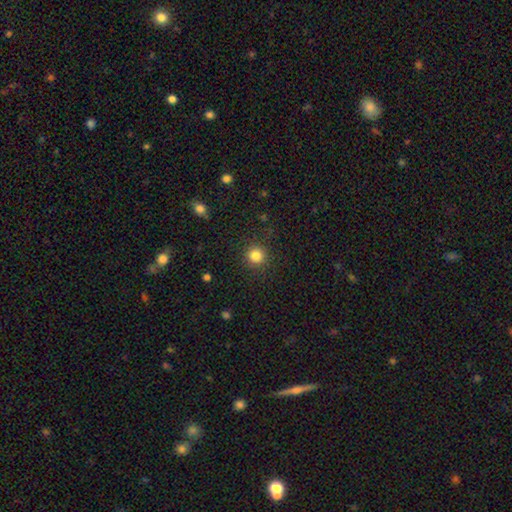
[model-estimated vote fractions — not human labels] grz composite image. It shows a smooth galaxy with no disk features (83%) that is round (94%). Merging: none (89%).